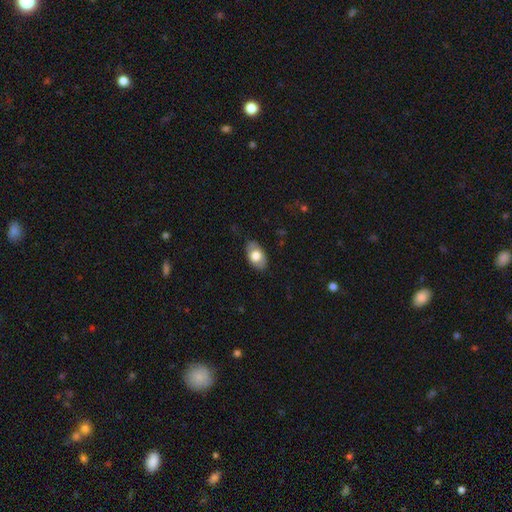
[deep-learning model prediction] This is likely a smooth galaxy (72%). How rounded: clearly in between (92%). Merging: clearly none (82%).